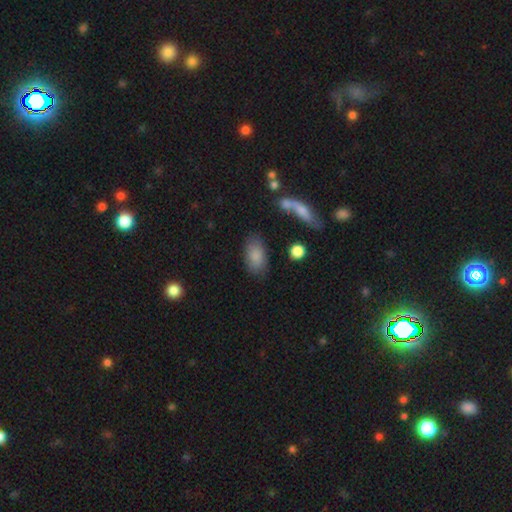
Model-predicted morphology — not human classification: This is clearly a smooth galaxy (85%). How rounded: clearly in between (92%). Merging: likely none (77%).